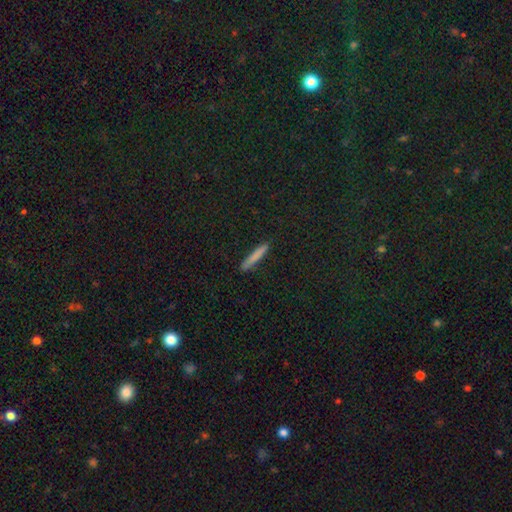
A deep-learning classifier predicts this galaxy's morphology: Smooth or featured?
  - smooth: 80% *
  - featured or disk: 12%
  - star or artifact: 8%
How rounded?
  - cigar-shaped: 95% *
  - in between: 4%
  - round: 1%
Merging?
  - none: 90% *
  - minor disturbance: 8%
  - major disturbance: 2%
  - merger: 1%